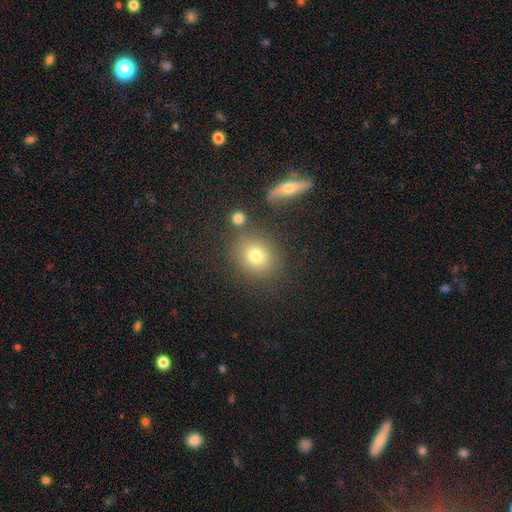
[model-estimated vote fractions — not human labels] This is likely a smooth galaxy (75%). How rounded: likely round (71%). Merging: likely none (77%).